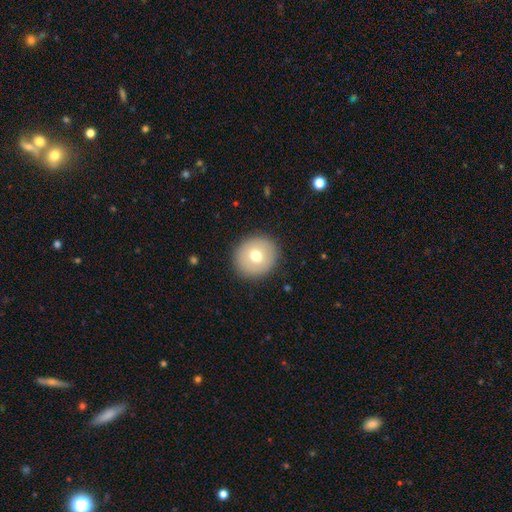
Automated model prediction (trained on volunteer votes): smooth_or_featured: smooth (p=0.69) [alt: featured or disk p=0.22]
how_rounded: round (p=0.90) [alt: in between p=0.09]
merging: none (p=0.90) [alt: minor disturbance p=0.07]